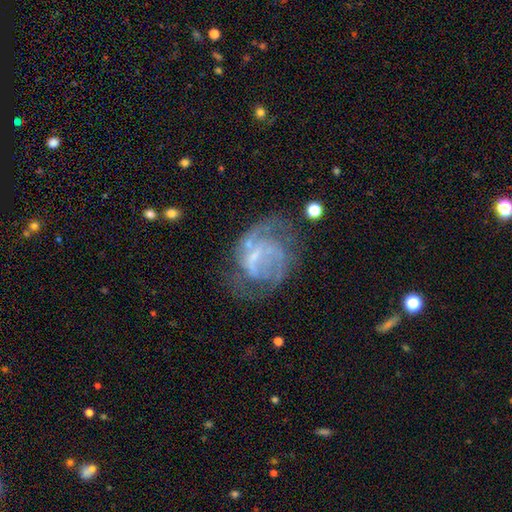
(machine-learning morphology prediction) A featured or disk galaxy (70%) with no bar (51%), spiral arms (64%) and no central bulge (46%). Merging: none (43%).